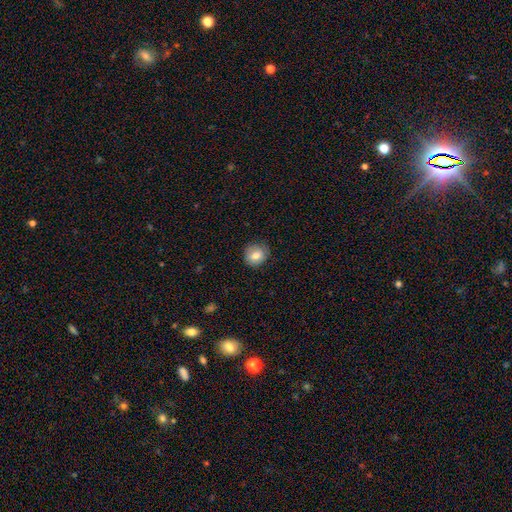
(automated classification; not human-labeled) A smooth galaxy with no disk features (79%) that is round (81%). Merging: none (82%).